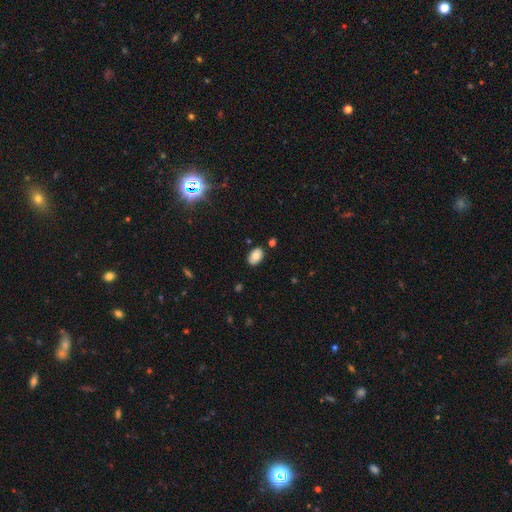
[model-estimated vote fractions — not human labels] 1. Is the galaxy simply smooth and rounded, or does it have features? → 77% smooth, 14% featured or disk, 9% star or artifact.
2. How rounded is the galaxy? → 90% in between, 9% round, 1% cigar-shaped.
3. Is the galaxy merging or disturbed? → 83% none, 12% minor disturbance, 3% merger, 2% major disturbance.